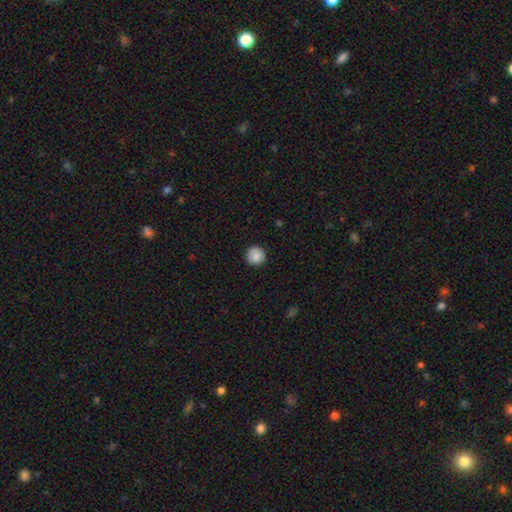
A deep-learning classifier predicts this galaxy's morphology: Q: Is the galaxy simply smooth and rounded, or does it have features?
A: smooth — 88%.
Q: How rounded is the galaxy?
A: round — 95%.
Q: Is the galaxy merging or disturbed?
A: none — 91%.